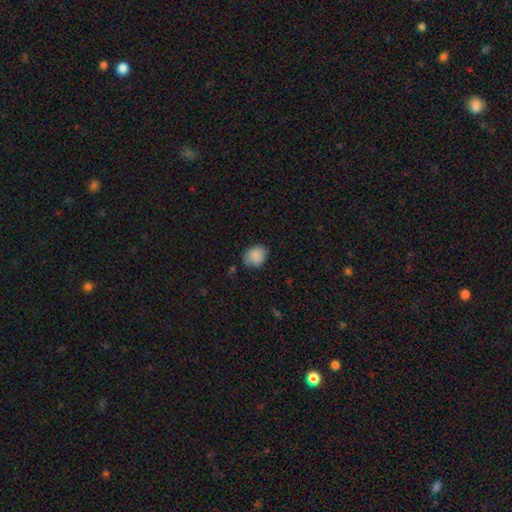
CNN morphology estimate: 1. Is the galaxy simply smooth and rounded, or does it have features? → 88% smooth, 8% star or artifact, 5% featured or disk.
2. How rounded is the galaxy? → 53% round, 46% in between, 1% cigar-shaped.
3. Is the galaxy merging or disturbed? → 75% none, 19% minor disturbance, 4% major disturbance, 2% merger.